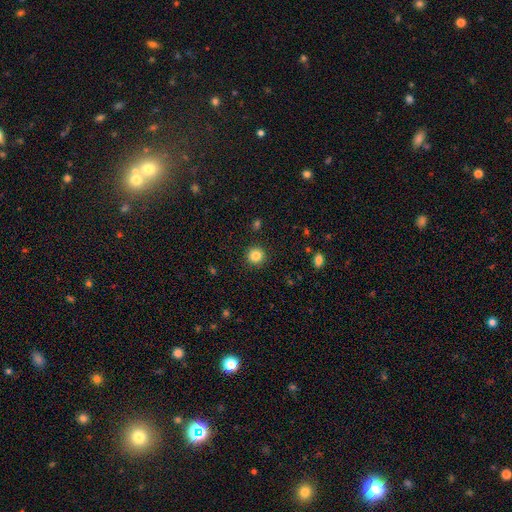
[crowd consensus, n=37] This is clearly a smooth galaxy (95%). How rounded: clearly round (94%). Merging: clearly none (89%).